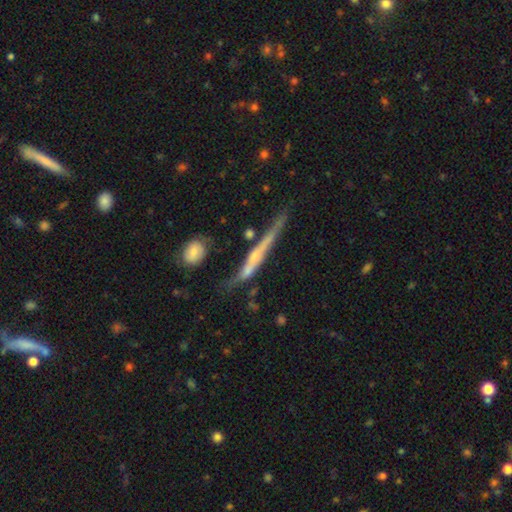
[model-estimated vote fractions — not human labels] Smooth or featured?
  - featured or disk: 65% *
  - smooth: 28%
  - star or artifact: 7%
Edge-on disk?
  - yes: 91% *
  - no: 9%
Edge-on bulge?
  - none: 51% *
  - rounded: 33%
  - boxy: 15%
Merging?
  - none: 57% *
  - minor disturbance: 24%
  - major disturbance: 10%
  - merger: 9%